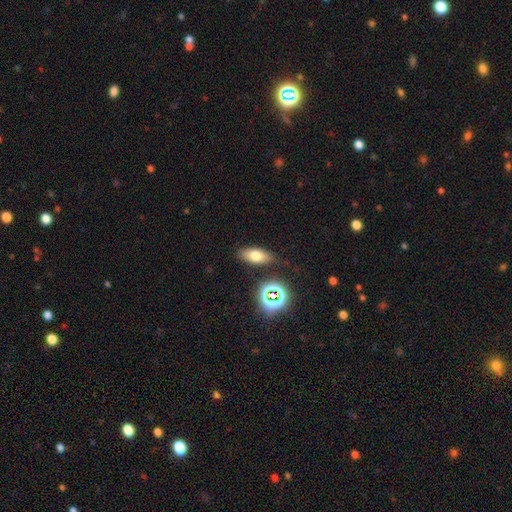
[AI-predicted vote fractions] Morphology: type=smooth (66%); roundness=in between (78%); merging=none (81%).